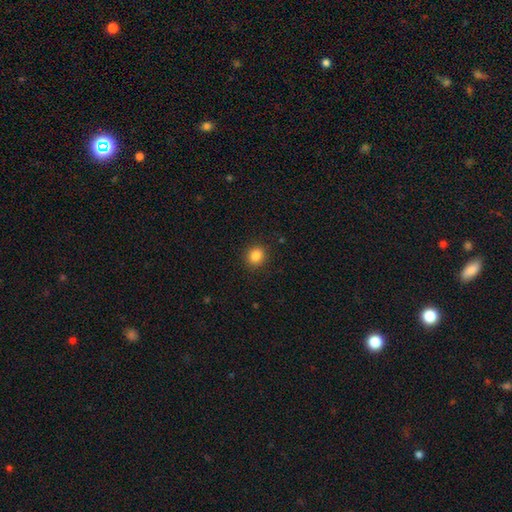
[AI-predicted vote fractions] A smooth galaxy with no disk features (86%) that is round (75%). Merging: none (89%).